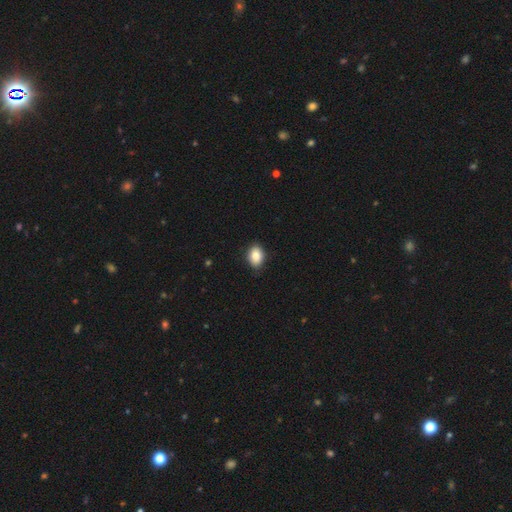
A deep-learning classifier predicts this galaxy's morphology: type=smooth (85%); roundness=in between (76%); merging=none (87%).